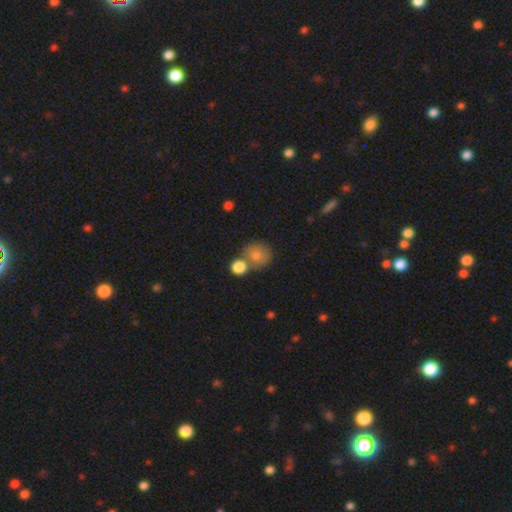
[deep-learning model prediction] This is likely a smooth galaxy (78%). How rounded: clearly round (87%). Merging: possibly none (52%).